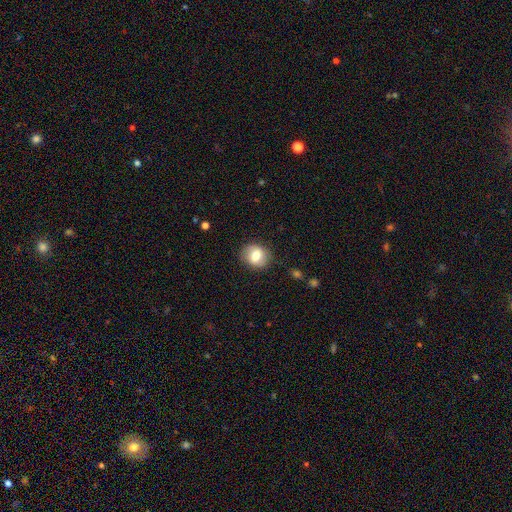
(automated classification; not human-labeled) smooth-or-featured: smooth: 72% | featured or disk: 19% | star or artifact: 8%
  how-rounded: round: 63% | in between: 36% | cigar-shaped: 1%
  merging: none: 84% | minor disturbance: 11% | major disturbance: 3% | merger: 1%